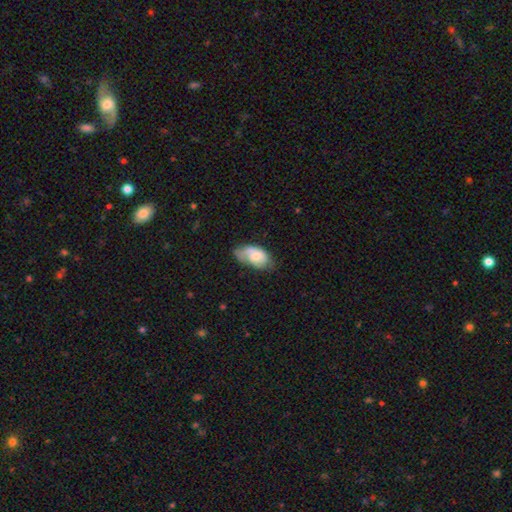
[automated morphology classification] A smooth galaxy with no disk features (61%) that is in between round and cigar-shaped (93%).

Vote fractions:
- Smooth or featured? smooth: 61% / featured or disk: 32% / star or artifact: 7%
- How rounded? in between: 93% / round: 5% / cigar-shaped: 2%
- Merging? none: 42% / minor disturbance: 35% / major disturbance: 16% / merger: 7%